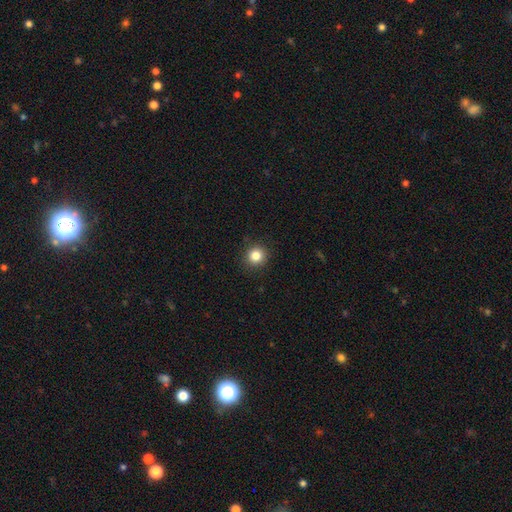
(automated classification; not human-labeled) This appears to be a smooth galaxy with no disk features (83%) that is round (93%). Merging: none (92%).